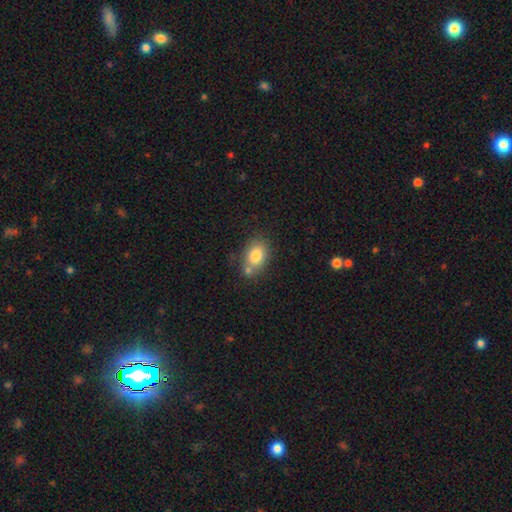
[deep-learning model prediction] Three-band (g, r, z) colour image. It shows a smooth galaxy with no disk features (80%) that is in between round and cigar-shaped (72%). Merging: none (61%).